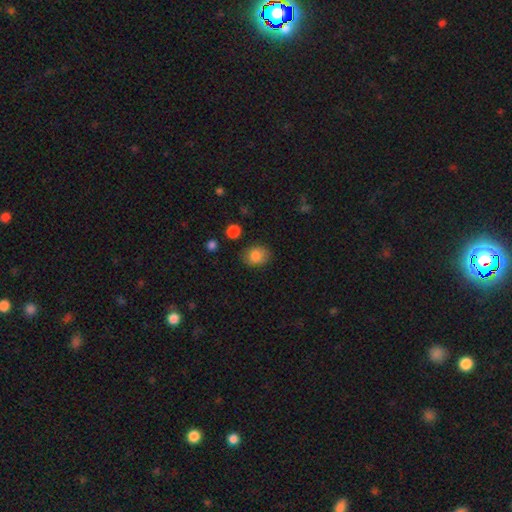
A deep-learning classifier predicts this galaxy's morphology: smooth 84%, star or artifact 9%, featured or disk 7%. Down the decision tree: how rounded — in between (56%); merging — none (81%).